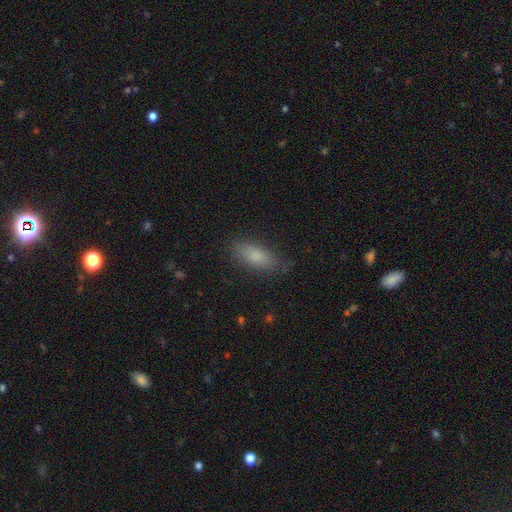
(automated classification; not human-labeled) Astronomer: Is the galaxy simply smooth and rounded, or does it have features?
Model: smooth — 82%.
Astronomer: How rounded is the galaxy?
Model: in between — 76%.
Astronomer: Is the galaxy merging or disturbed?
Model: none — 83%.